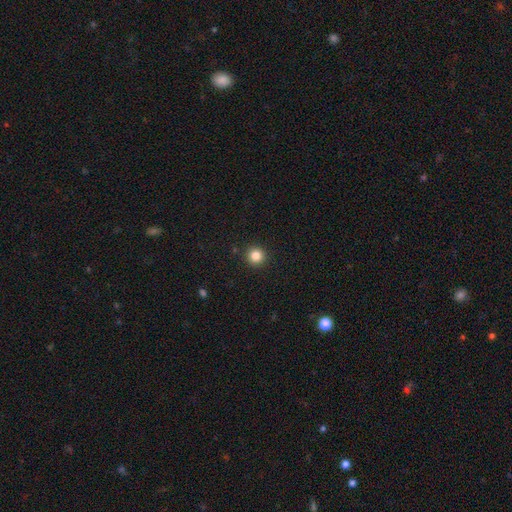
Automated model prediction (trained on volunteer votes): Smooth or featured?
  - smooth: 84% *
  - star or artifact: 11%
  - featured or disk: 4%
How rounded?
  - round: 95% *
  - in between: 4%
  - cigar-shaped: 1%
Merging?
  - none: 93% *
  - minor disturbance: 5%
  - major disturbance: 2%
  - merger: 1%